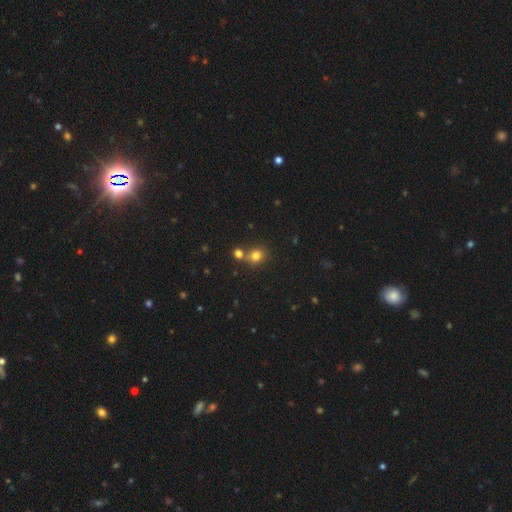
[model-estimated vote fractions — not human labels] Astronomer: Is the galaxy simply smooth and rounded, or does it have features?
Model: smooth — 77%.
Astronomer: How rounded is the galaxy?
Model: round — 80%.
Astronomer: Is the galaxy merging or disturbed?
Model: none — 58%.